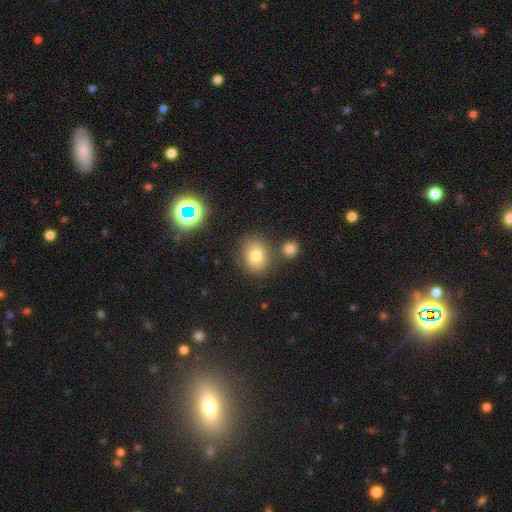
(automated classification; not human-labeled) smooth-or-featured: smooth: 76% | star or artifact: 13% | featured or disk: 11%
  how-rounded: round: 64% | in between: 35% | cigar-shaped: 1%
  merging: none: 75% | minor disturbance: 11% | merger: 11% | major disturbance: 4%